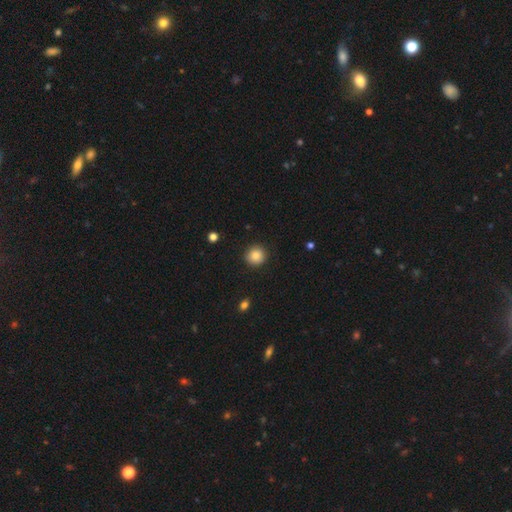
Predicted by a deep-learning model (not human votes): smooth 85%, star or artifact 9%, featured or disk 6%. Down the decision tree: how rounded — round (91%); merging — none (90%).